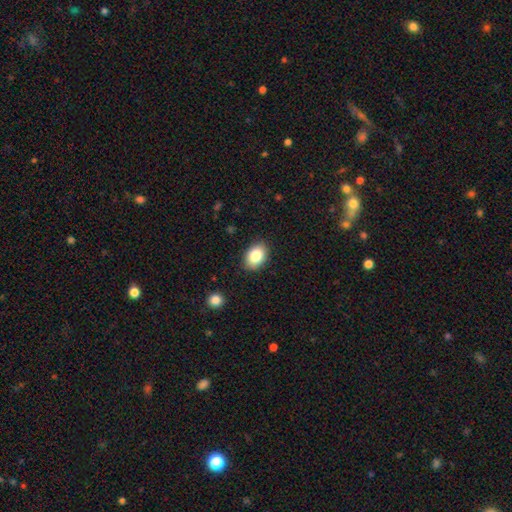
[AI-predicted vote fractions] A smooth galaxy with no disk features (84%) that is in between round and cigar-shaped (81%). Merging: none (87%).